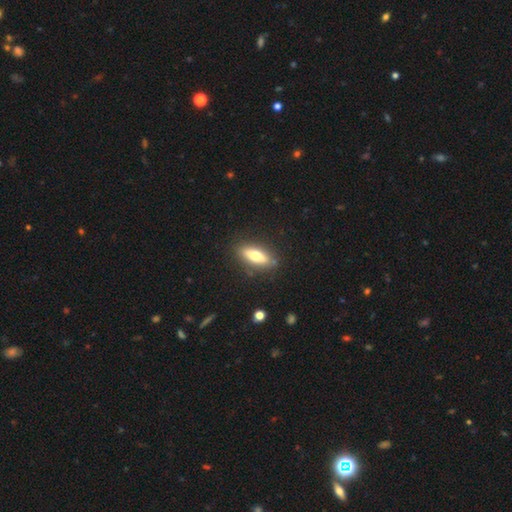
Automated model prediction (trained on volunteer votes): Overall: smooth (61%; featured or disk 32%). How rounded: in between (58%; cigar-shaped 39%). Merging: none (85%).